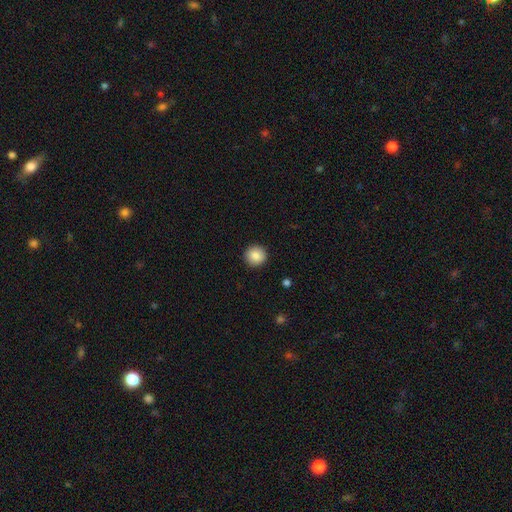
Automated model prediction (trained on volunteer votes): This is clearly a smooth galaxy (87%). How rounded: clearly round (95%). Merging: clearly none (93%).